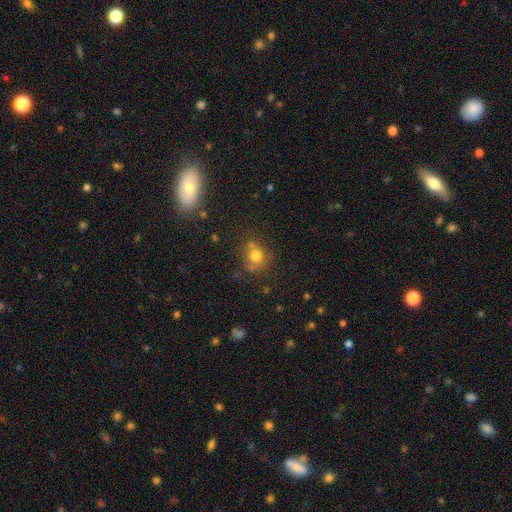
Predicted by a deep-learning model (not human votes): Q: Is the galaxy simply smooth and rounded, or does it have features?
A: smooth — 73%.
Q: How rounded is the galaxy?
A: round — 77%.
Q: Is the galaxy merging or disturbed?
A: none — 60%.